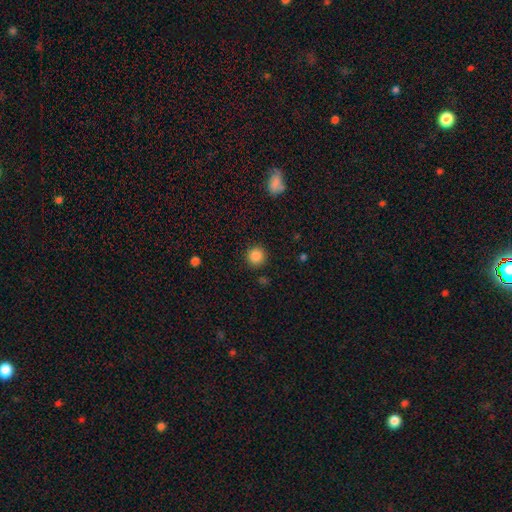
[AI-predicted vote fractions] This appears to be a smooth galaxy with no disk features (85%) that is round (94%). Merging: none (90%).